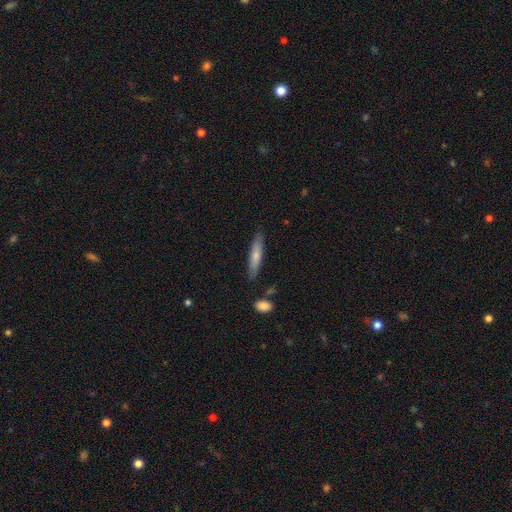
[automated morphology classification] type=smooth (68%); roundness=cigar-shaped (86%); merging=none (84%).